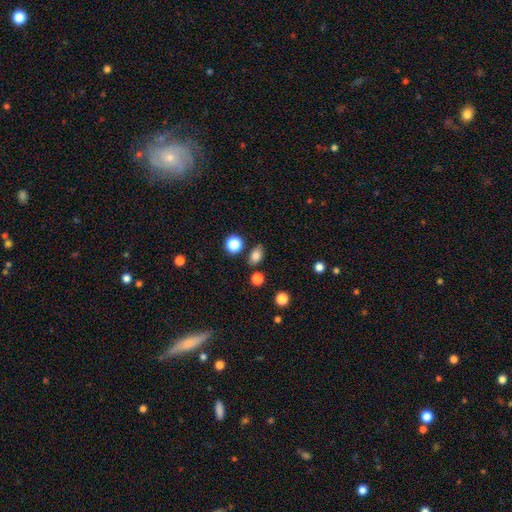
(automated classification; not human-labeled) This appears to be a smooth galaxy with no disk features (82%) that is in between round and cigar-shaped (72%). Merging: none (80%).